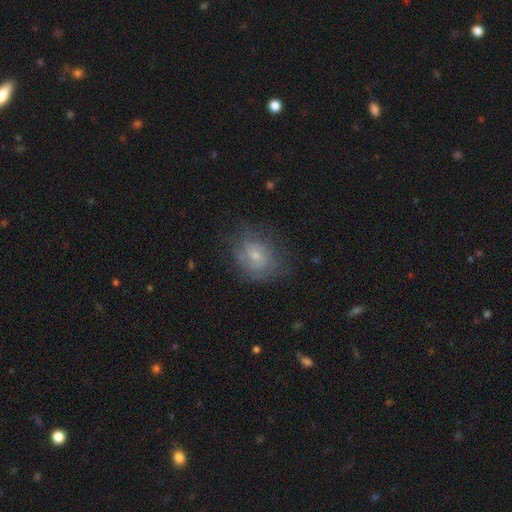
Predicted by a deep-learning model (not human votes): Smooth or featured? Predicted: featured or disk (p=0.53). Edge-on disk? Predicted: no (p=0.97). Bar? Predicted: no (p=0.67). Spiral arms? Predicted: yes (p=0.72). Bulge size? Predicted: small (p=0.54). Merging? Predicted: none (p=0.64).